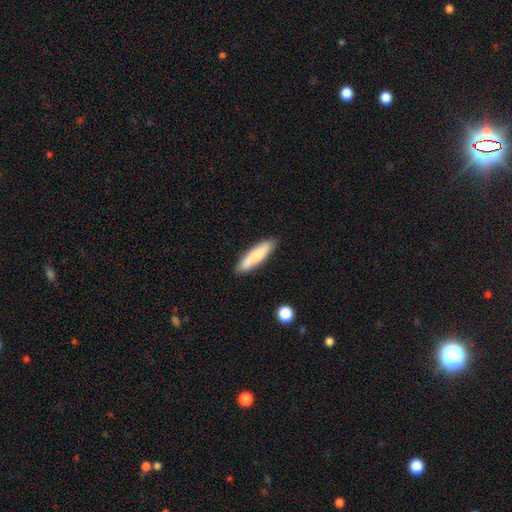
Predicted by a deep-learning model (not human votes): Smooth or featured: smooth — 76% (featured or disk — 18%)
How rounded: cigar-shaped — 73% (in between — 25%)
Merging: none — 85% (minor disturbance — 11%)